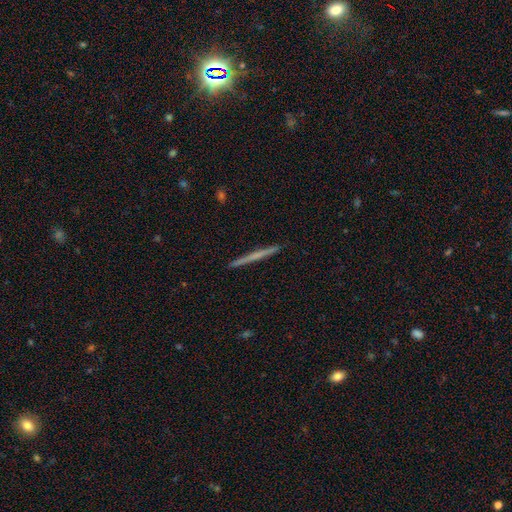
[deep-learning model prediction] featured or disk 51%, smooth 43%, star or artifact 6%. Down the decision tree: edge-on disk — yes (98%); merging — none (93%).